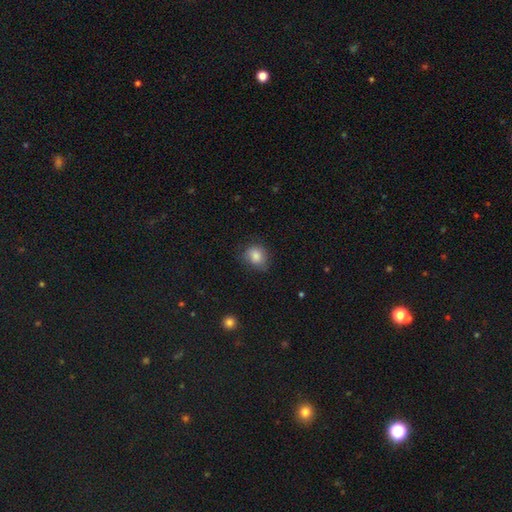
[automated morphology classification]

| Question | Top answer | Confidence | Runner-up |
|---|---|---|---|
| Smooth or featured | smooth | 83% | star or artifact (9%) |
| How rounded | round | 65% | in between (34%) |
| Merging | none | 68% | minor disturbance (25%) |